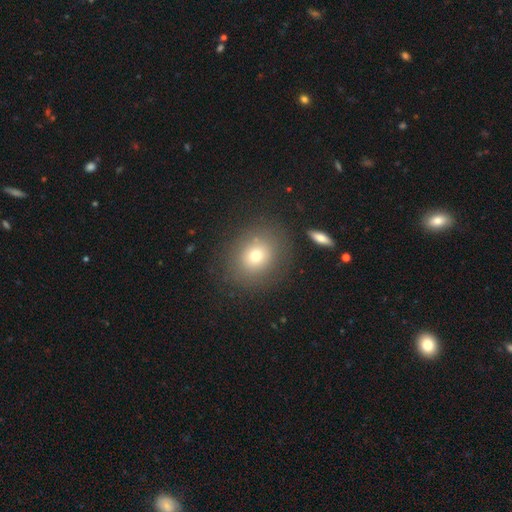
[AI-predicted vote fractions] A smooth galaxy with no disk features (71%) that is round (71%).

Vote fractions:
- Smooth or featured? smooth: 71% / featured or disk: 15% / star or artifact: 14%
- How rounded? round: 71% / in between: 28% / cigar-shaped: 1%
- Merging? none: 82% / minor disturbance: 10% / major disturbance: 5% / merger: 3%